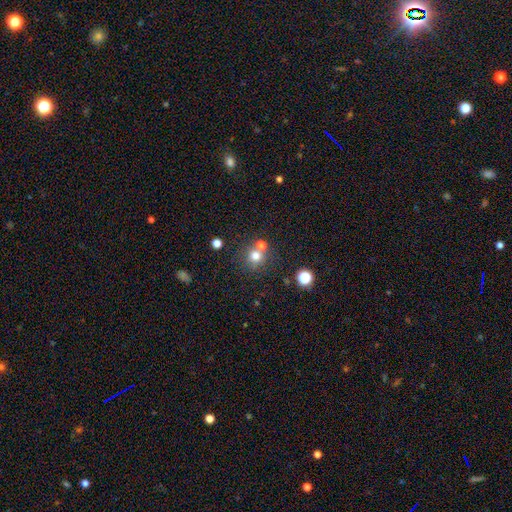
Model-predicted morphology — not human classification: Smooth or featured: smooth — 74% (star or artifact — 17%)
How rounded: round — 89% (in between — 10%)
Merging: none — 64% (merger — 25%)